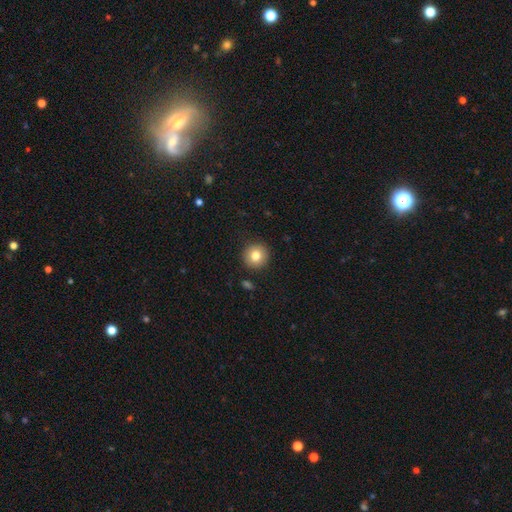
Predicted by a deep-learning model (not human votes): smooth 80%, featured or disk 10%, star or artifact 10%. Down the decision tree: how rounded — round (94%); merging — none (92%).